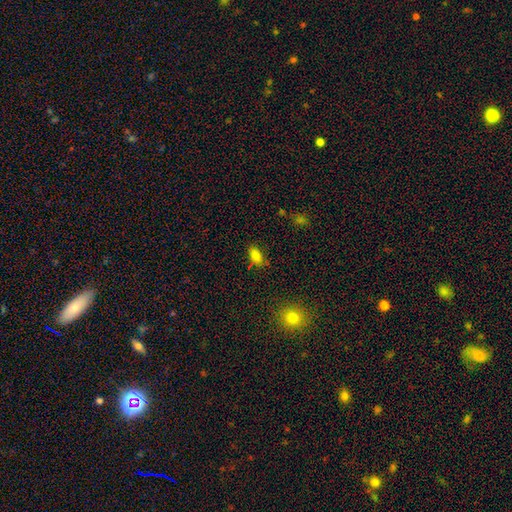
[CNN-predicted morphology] Smooth or featured?
  - smooth: 81% *
  - star or artifact: 11%
  - featured or disk: 8%
How rounded?
  - in between: 88% *
  - round: 6%
  - cigar-shaped: 6%
Merging?
  - none: 78% *
  - minor disturbance: 16%
  - major disturbance: 3%
  - merger: 3%